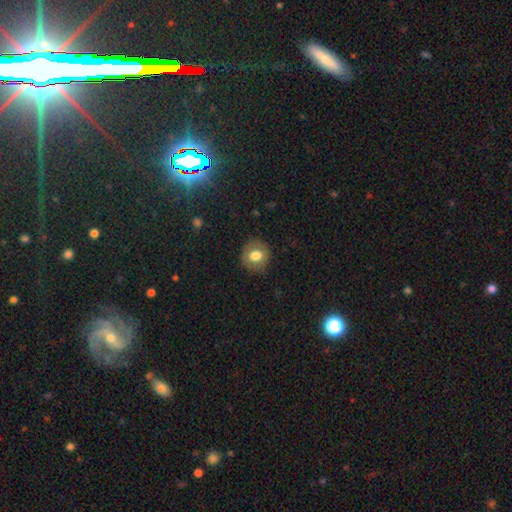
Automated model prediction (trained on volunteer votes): This is likely a smooth galaxy (75%). How rounded: clearly round (85%). Merging: clearly none (88%).